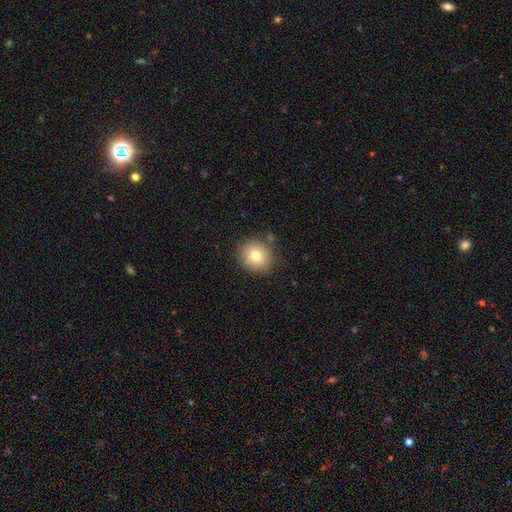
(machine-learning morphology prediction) smooth-or-featured: smooth: 76% | featured or disk: 13% | star or artifact: 11%
  how-rounded: round: 86% | in between: 14% | cigar-shaped: 1%
  merging: none: 82% | minor disturbance: 11% | merger: 3% | major disturbance: 3%